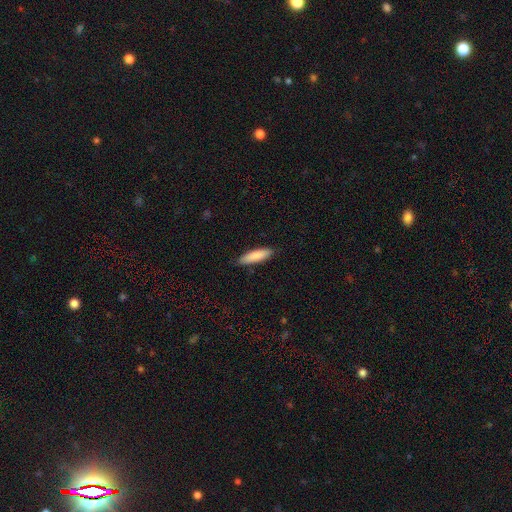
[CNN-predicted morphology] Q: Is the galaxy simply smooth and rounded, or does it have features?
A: smooth — 87%.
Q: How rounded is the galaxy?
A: cigar-shaped — 65%.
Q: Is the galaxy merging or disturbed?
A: none — 86%.